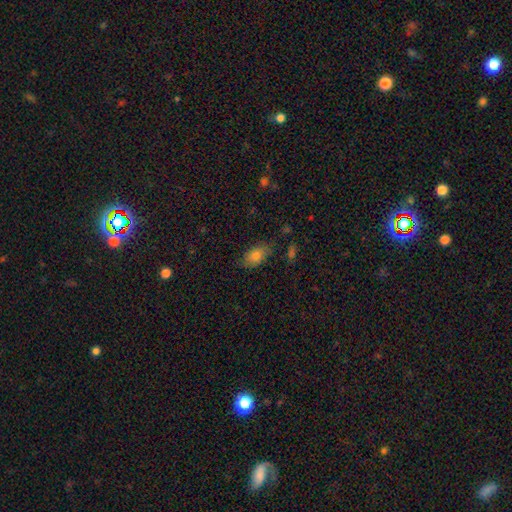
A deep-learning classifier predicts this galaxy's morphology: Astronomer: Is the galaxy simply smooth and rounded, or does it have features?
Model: smooth — 78%.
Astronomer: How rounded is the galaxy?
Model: in between — 89%.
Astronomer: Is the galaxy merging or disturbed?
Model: none — 76%.